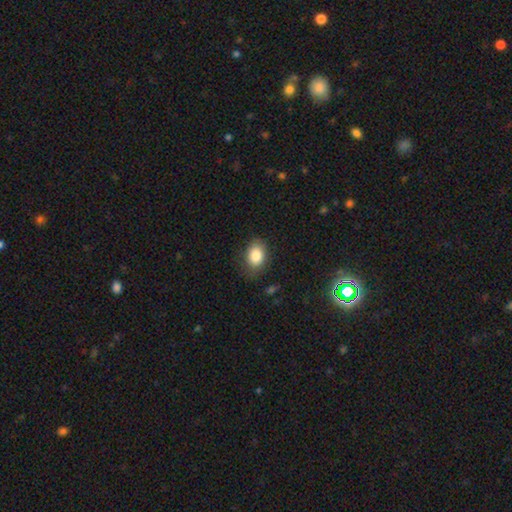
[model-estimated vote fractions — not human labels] smooth_or_featured: smooth (p=0.84) [alt: star or artifact p=0.08]
how_rounded: in between (p=0.76) [alt: round p=0.23]
merging: none (p=0.76) [alt: minor disturbance p=0.18]